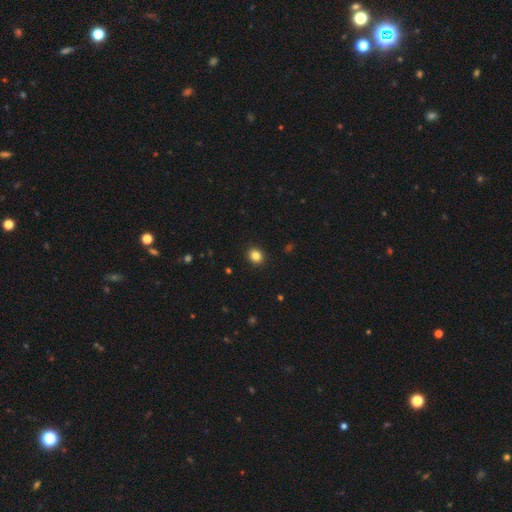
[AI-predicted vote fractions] smooth 85%, star or artifact 11%, featured or disk 5%. Down the decision tree: how rounded — round (65%); merging — none (91%).